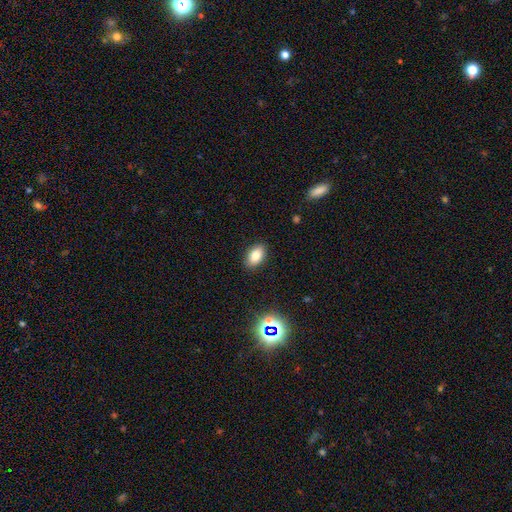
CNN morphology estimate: Overall: smooth (80%). How rounded: in between (90%). Merging: none (88%).